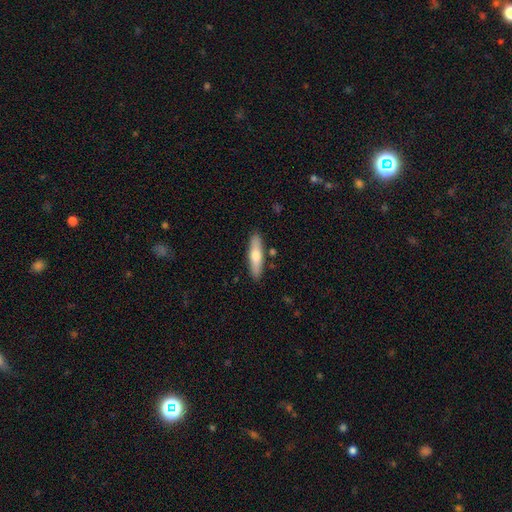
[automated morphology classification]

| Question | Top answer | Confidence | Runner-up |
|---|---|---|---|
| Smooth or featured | smooth | 62% | featured or disk (33%) |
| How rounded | cigar-shaped | 75% | in between (24%) |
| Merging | none | 86% | minor disturbance (9%) |